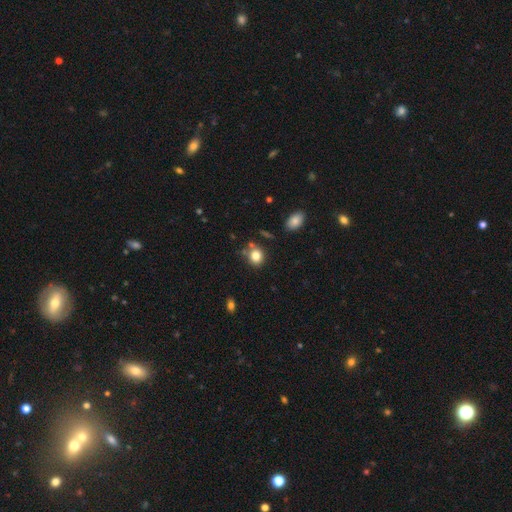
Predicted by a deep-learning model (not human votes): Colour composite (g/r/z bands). It shows a smooth galaxy with no disk features (81%) that is round (72%). Merging: none (73%).